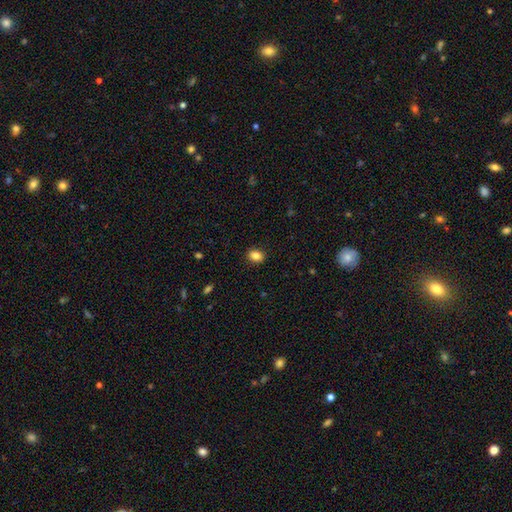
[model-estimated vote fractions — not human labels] Q: Smooth or featured?
A: smooth (84%); runner-up: star or artifact (10%)
Q: How rounded?
A: in between (55%); runner-up: round (43%)
Q: Merging?
A: none (90%); runner-up: minor disturbance (7%)